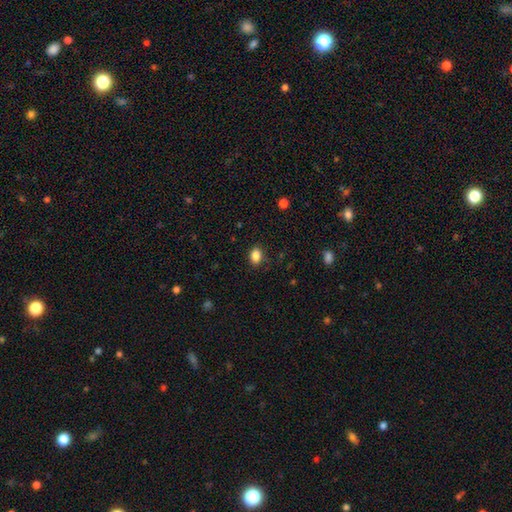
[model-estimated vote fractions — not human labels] smooth-or-featured: smooth: 86% | star or artifact: 10% | featured or disk: 4%
  how-rounded: in between: 73% | round: 26% | cigar-shaped: 1%
  merging: none: 84% | minor disturbance: 12% | major disturbance: 3% | merger: 1%